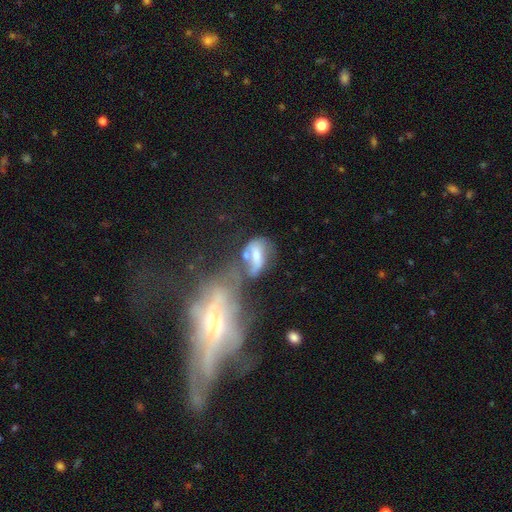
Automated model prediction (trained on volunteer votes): Smooth or featured? featured or disk (48%)
Merging? merger (50%)